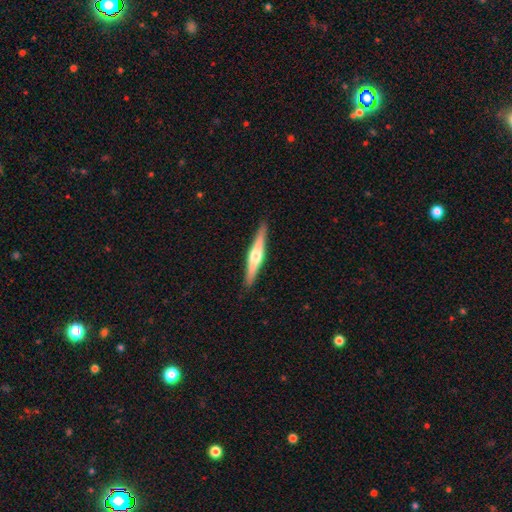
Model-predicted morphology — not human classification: smooth-or-featured: featured or disk: 67% | smooth: 28% | star or artifact: 5%
  disk-edge-on: yes: 98% | no: 2%
    edge-on-bulge: rounded: 90% | boxy: 5% | none: 5%
  merging: none: 91% | minor disturbance: 7% | major disturbance: 1% | merger: 1%